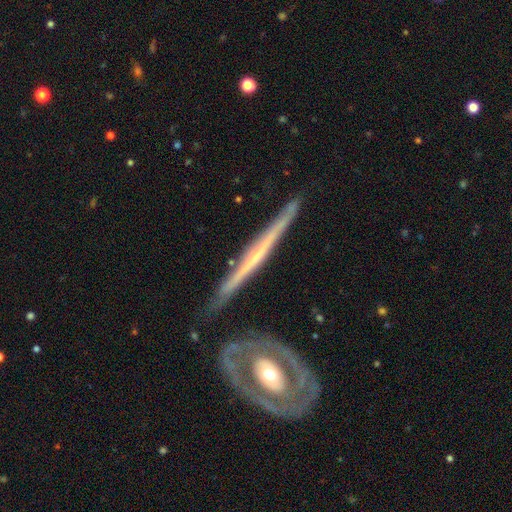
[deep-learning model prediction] smooth_or_featured: featured or disk (p=0.76) [alt: smooth p=0.19]
disk_edge_on: yes (p=0.93) [alt: no p=0.07]
edge_on_bulge: none (p=0.60) [alt: rounded p=0.35]
merging: none (p=0.82) [alt: minor disturbance p=0.12]